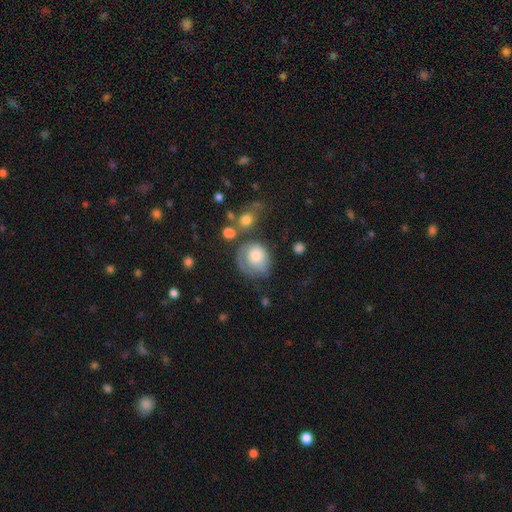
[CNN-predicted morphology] Overall: smooth (61%; featured or disk 32%). How rounded: round (70%). Merging: none (38%; major disturbance 26%).